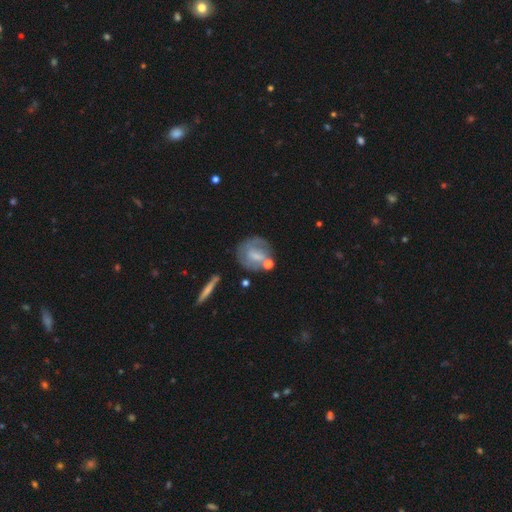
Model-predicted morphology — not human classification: Q: Smooth or featured?
A: featured or disk (51%); runner-up: smooth (41%)
Q: Edge-on disk?
A: no (95%); runner-up: yes (5%)
Q: Merging?
A: none (54%); runner-up: minor disturbance (21%)